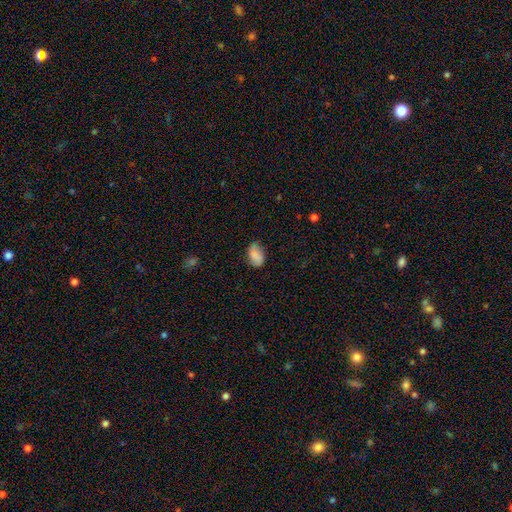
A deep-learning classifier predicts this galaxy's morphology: A smooth galaxy with no disk features (79%) that is in between round and cigar-shaped (87%).

Vote fractions:
- Smooth or featured? smooth: 79% / featured or disk: 13% / star or artifact: 8%
- How rounded? in between: 87% / round: 12% / cigar-shaped: 1%
- Merging? none: 65% / minor disturbance: 27% / major disturbance: 6% / merger: 2%